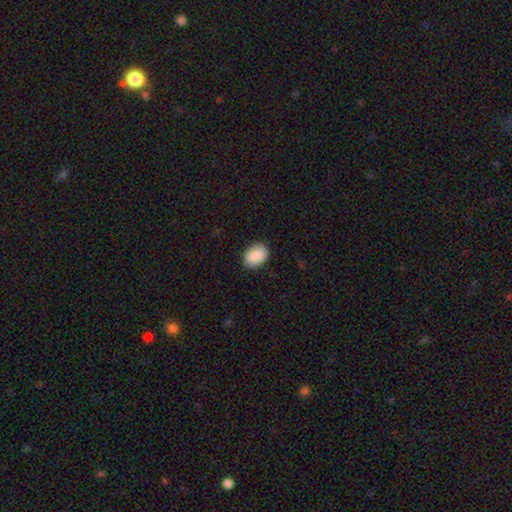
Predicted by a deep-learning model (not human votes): Smooth or featured? smooth (89%)
How rounded? in between (76%)
Merging? none (87%)